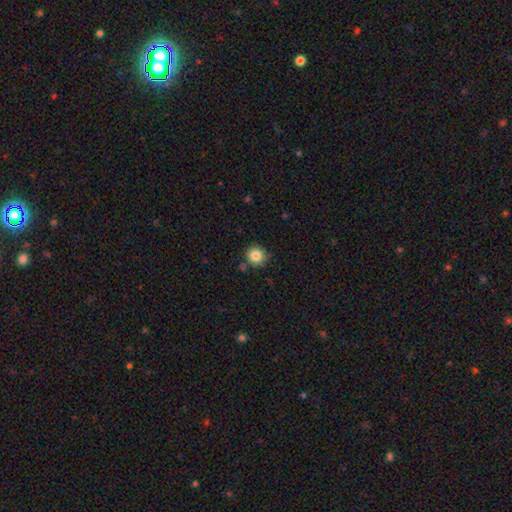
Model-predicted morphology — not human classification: This is clearly a smooth galaxy (83%). How rounded: clearly round (91%). Merging: clearly none (83%).